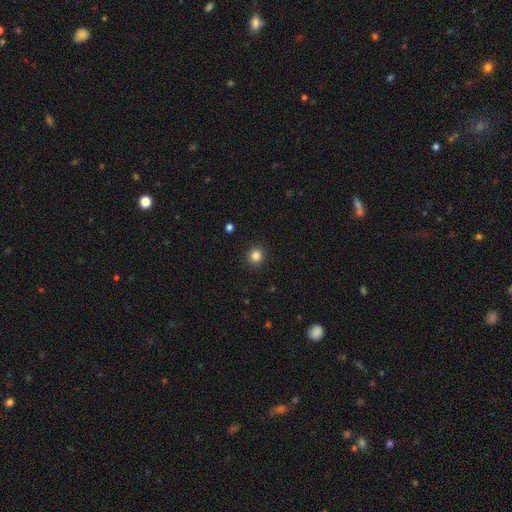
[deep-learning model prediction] Morphology: type=smooth (84%); roundness=round (93%); merging=none (92%).